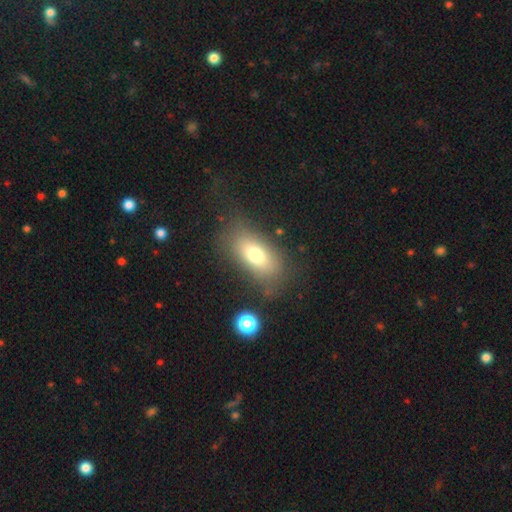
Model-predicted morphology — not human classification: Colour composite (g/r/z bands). It shows a smooth galaxy with no disk features (67%) that is in between round and cigar-shaped (84%). Merging: none (65%).